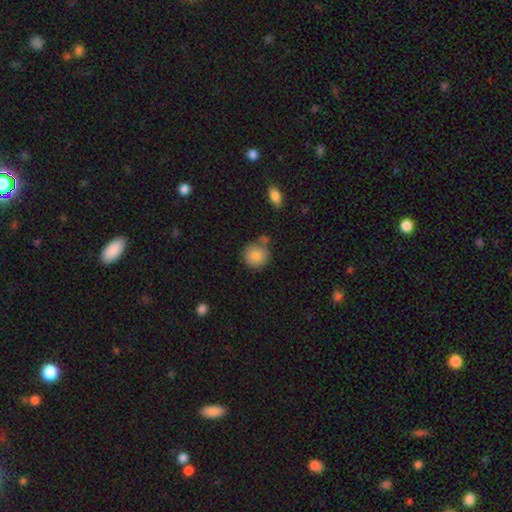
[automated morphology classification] Smooth or featured? smooth (86%)
How rounded? round (90%)
Merging? none (67%)